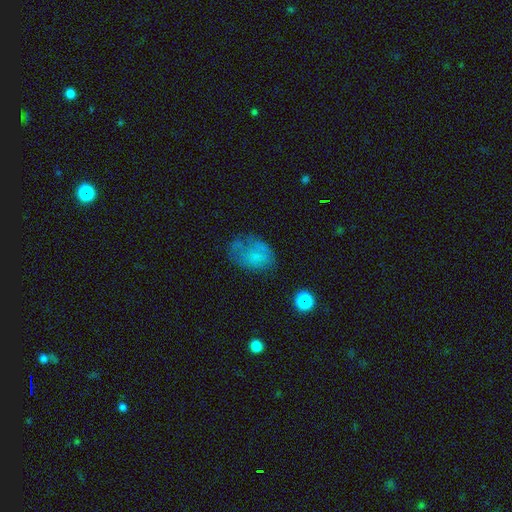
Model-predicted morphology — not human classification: This appears to be a smooth galaxy with no disk features (60%) that is in between round and cigar-shaped (76%). Merging: none (46%).